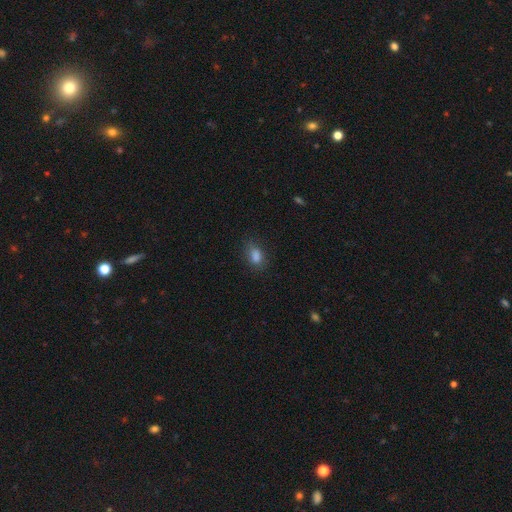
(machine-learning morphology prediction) Smooth or featured?
  - smooth: 80% *
  - star or artifact: 12%
  - featured or disk: 7%
How rounded?
  - in between: 80% *
  - round: 16%
  - cigar-shaped: 4%
Merging?
  - none: 69% *
  - minor disturbance: 21%
  - major disturbance: 7%
  - merger: 2%